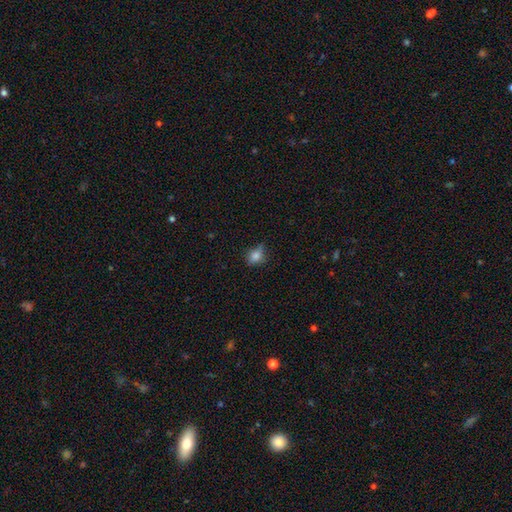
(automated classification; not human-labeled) A smooth galaxy with no disk features (78%) that is in between round and cigar-shaped (58%). Merging: none (59%).